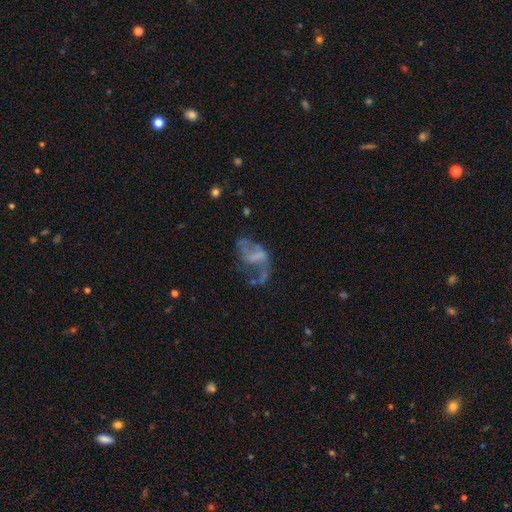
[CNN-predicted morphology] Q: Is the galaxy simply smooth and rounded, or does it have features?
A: featured or disk — 64%.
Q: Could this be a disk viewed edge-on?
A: no — 97%.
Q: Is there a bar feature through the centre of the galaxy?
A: no — 50%.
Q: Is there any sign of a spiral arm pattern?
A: yes — 50%, tied with no.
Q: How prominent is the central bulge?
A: none — 71%.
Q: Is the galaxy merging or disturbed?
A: major disturbance — 44%.